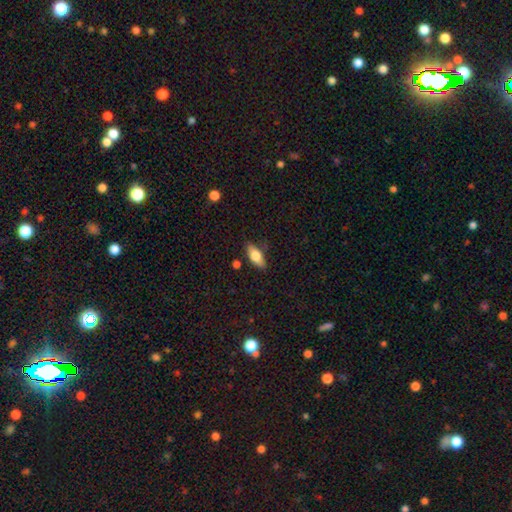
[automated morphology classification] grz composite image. It shows a smooth galaxy with no disk features (70%) that is in between round and cigar-shaped (78%). Merging: none (78%).